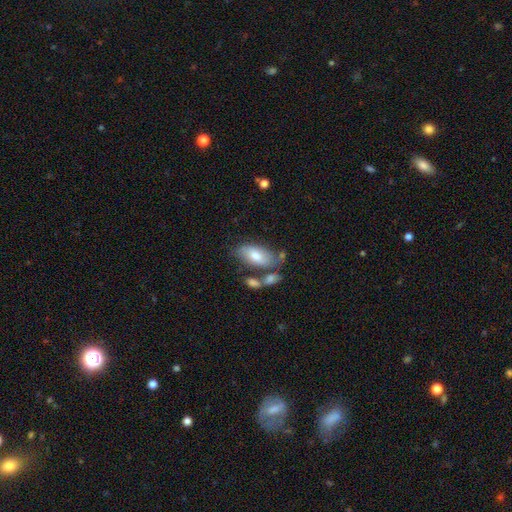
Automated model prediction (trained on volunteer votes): Smooth or featured? Predicted: smooth (p=0.69). How rounded? Predicted: in between (p=0.89). Merging? Predicted: none (p=0.54).